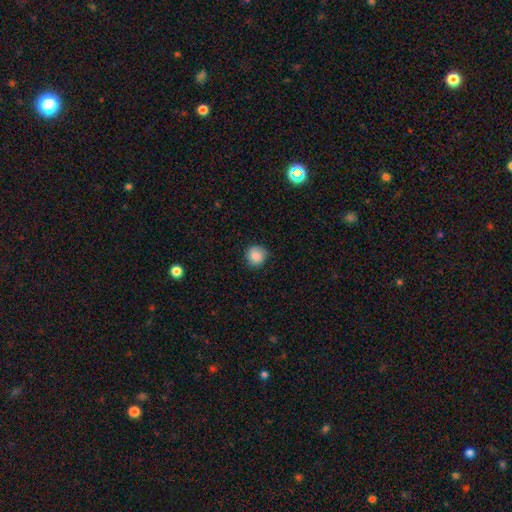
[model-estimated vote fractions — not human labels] A smooth galaxy with no disk features (85%) that is round (92%).

Vote fractions:
- Smooth or featured? smooth: 85% / star or artifact: 9% / featured or disk: 6%
- How rounded? round: 92% / in between: 7% / cigar-shaped: 1%
- Merging? none: 85% / minor disturbance: 12% / major disturbance: 3% / merger: 1%